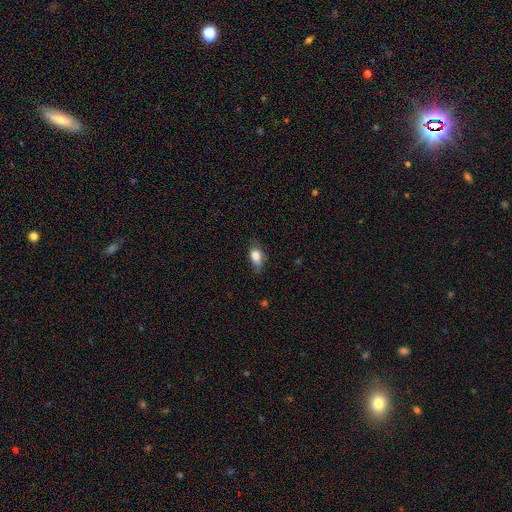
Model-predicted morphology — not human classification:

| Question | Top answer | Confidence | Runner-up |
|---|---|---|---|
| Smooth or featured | smooth | 78% | featured or disk (13%) |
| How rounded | in between | 81% | round (14%) |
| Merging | none | 53% | minor disturbance (34%) |